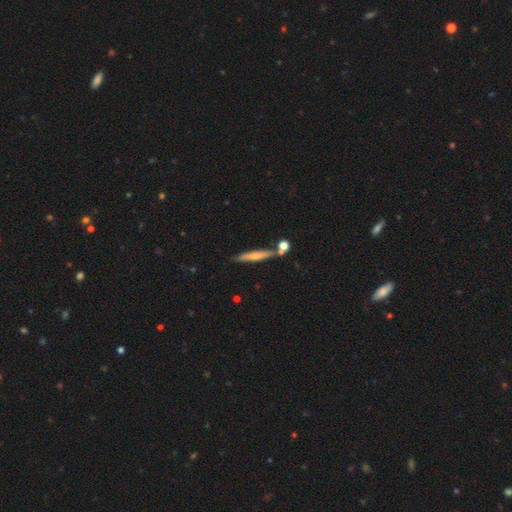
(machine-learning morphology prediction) Smooth or featured?
  - smooth: 54% *
  - featured or disk: 39%
  - star or artifact: 7%
How rounded?
  - cigar-shaped: 92% *
  - in between: 5%
  - round: 2%
Merging?
  - none: 74% *
  - minor disturbance: 13%
  - merger: 10%
  - major disturbance: 3%